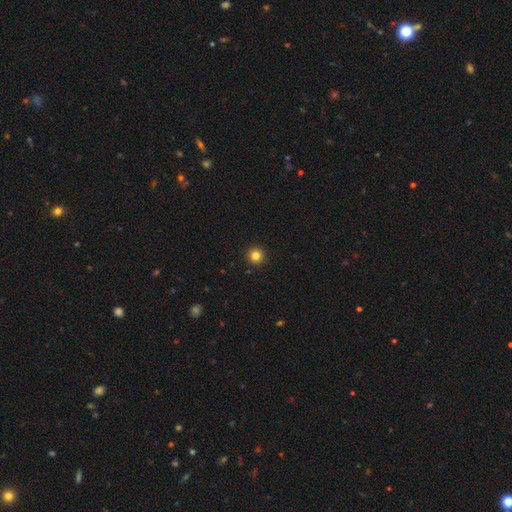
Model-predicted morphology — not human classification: smooth_or_featured: smooth (p=0.82) [alt: star or artifact p=0.13]
how_rounded: round (p=0.96) [alt: in between p=0.03]
merging: none (p=0.93) [alt: minor disturbance p=0.04]